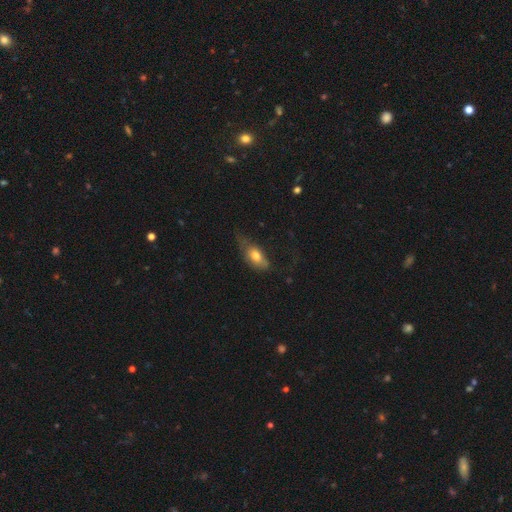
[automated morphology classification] Smooth or featured: smooth — 70% (featured or disk — 22%)
How rounded: in between — 84% (cigar-shaped — 9%)
Merging: none — 37% (minor disturbance — 35%)